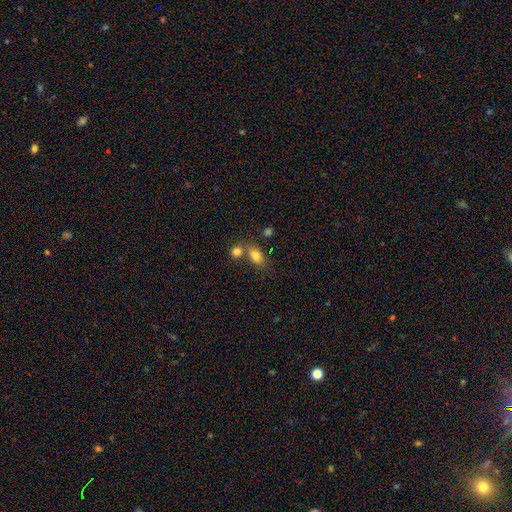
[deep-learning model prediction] This is likely a smooth galaxy (80%). How rounded: likely in between (80%). Merging: possibly none (52%).